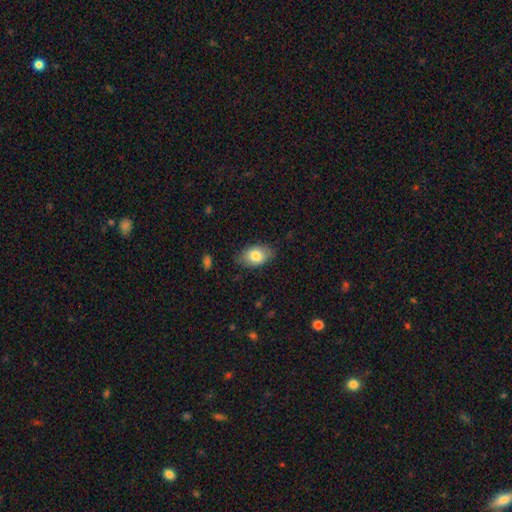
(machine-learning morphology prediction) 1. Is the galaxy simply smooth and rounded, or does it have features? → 79% smooth, 14% featured or disk, 7% star or artifact.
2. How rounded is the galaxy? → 88% in between, 10% round, 2% cigar-shaped.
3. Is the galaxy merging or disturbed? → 77% none, 18% minor disturbance, 4% major disturbance, 1% merger.